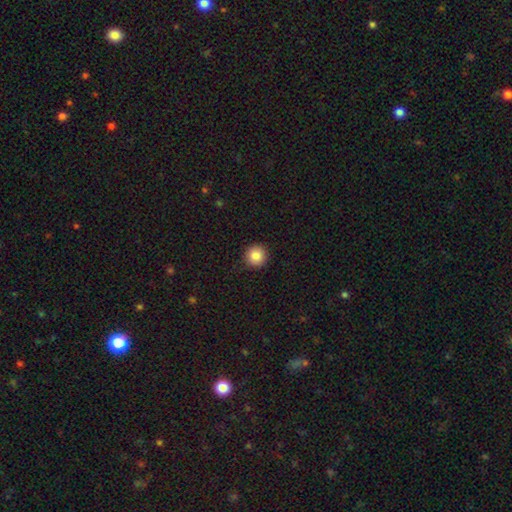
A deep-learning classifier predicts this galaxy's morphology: A smooth galaxy with no disk features (86%) that is round (94%).

Vote fractions:
- Smooth or featured? smooth: 86% / star or artifact: 9% / featured or disk: 5%
- How rounded? round: 94% / in between: 5% / cigar-shaped: 1%
- Merging? none: 91% / minor disturbance: 7% / major disturbance: 2% / merger: 1%